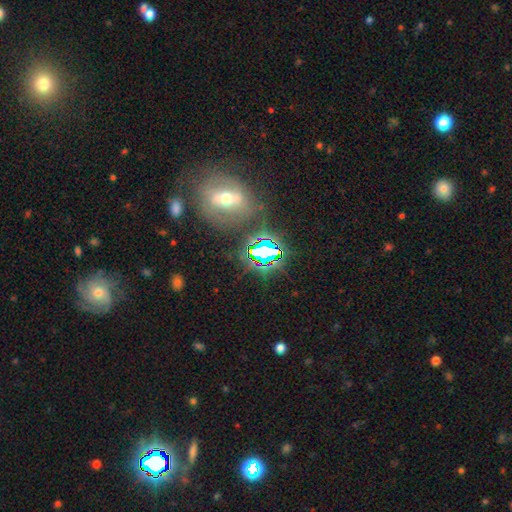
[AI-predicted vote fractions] smooth_or_featured: star or artifact (p=0.66) [alt: smooth p=0.18]